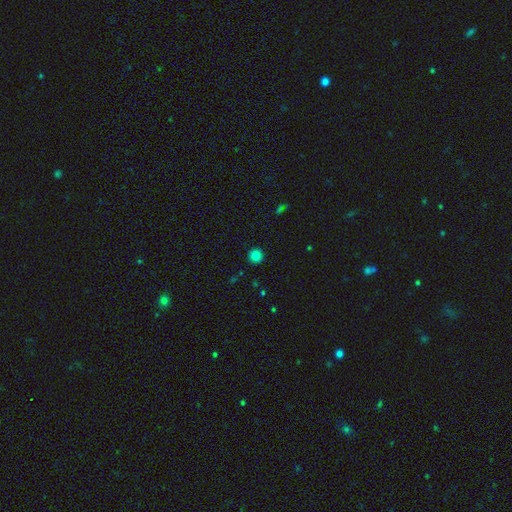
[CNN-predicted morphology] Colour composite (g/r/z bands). It shows a smooth galaxy with no disk features (83%) that is round (95%). Merging: none (92%).